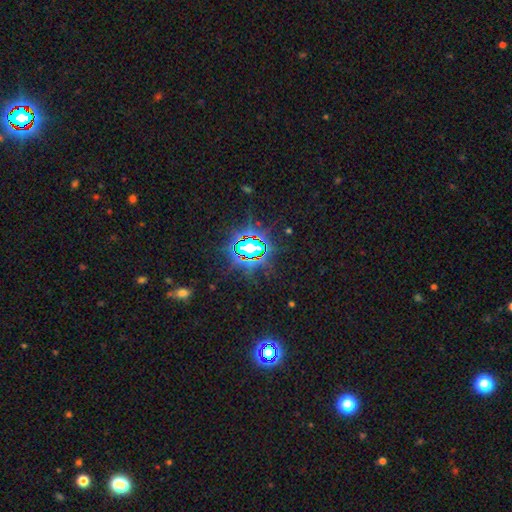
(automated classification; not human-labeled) The model was most divided on "smooth or featured": star or artifact: 80%, smooth: 11%, featured or disk: 9%.